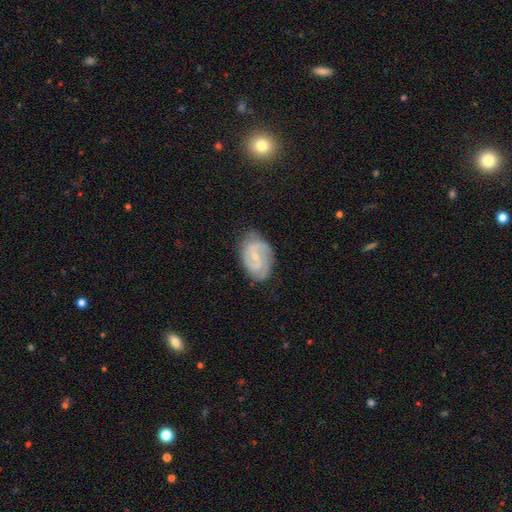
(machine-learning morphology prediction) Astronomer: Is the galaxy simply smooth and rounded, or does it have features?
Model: featured or disk — 81%.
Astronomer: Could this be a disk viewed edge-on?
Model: no — 97%.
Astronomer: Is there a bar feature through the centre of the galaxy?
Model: weak — 51% (runner-up: no, 38%).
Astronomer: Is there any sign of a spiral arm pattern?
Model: yes — 95%.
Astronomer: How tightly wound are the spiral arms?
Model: medium — 46% (runner-up: tight, 41%).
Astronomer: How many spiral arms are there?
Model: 2 — 68%.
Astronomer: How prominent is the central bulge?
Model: small — 71%.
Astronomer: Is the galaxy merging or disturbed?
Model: none — 75%.